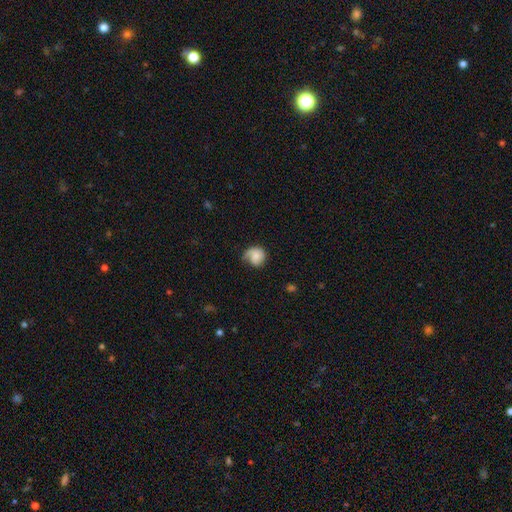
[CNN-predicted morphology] Smooth or featured? Predicted: smooth (p=0.50). Merging? Predicted: none (p=0.48).